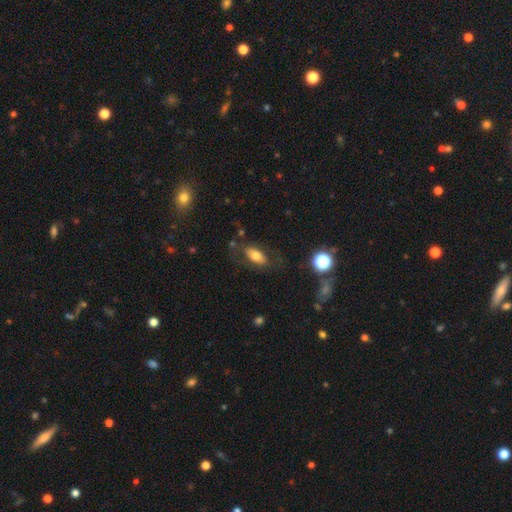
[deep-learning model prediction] A smooth galaxy with no disk features (66%) that is in between round and cigar-shaped (87%).

Vote fractions:
- Smooth or featured? smooth: 66% / featured or disk: 26% / star or artifact: 8%
- How rounded? in between: 87% / cigar-shaped: 8% / round: 5%
- Merging? none: 70% / minor disturbance: 16% / major disturbance: 11% / merger: 3%